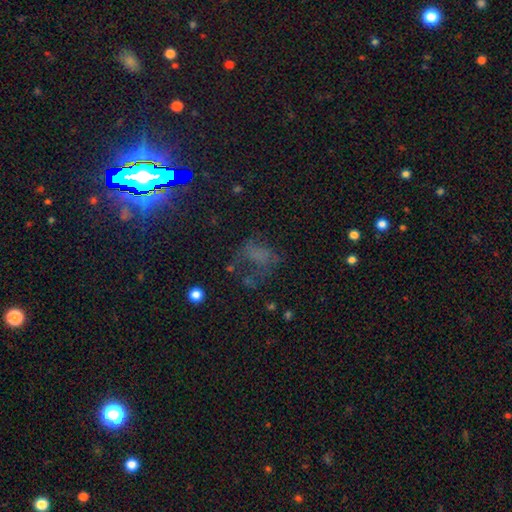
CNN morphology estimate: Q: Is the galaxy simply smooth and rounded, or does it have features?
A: star or artifact — 40%.